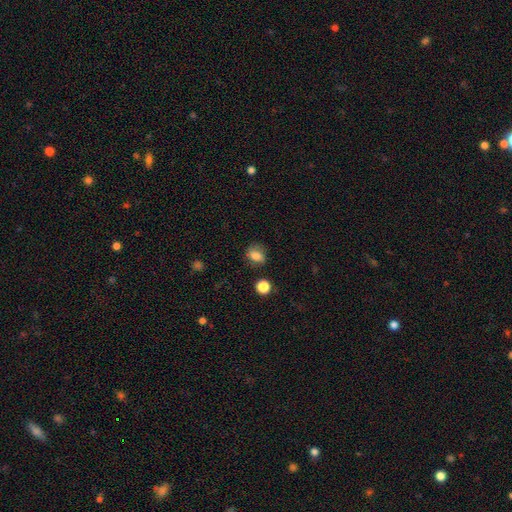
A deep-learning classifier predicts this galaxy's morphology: A smooth galaxy with no disk features (79%) that is in between round and cigar-shaped (51%). Merging: none (75%).